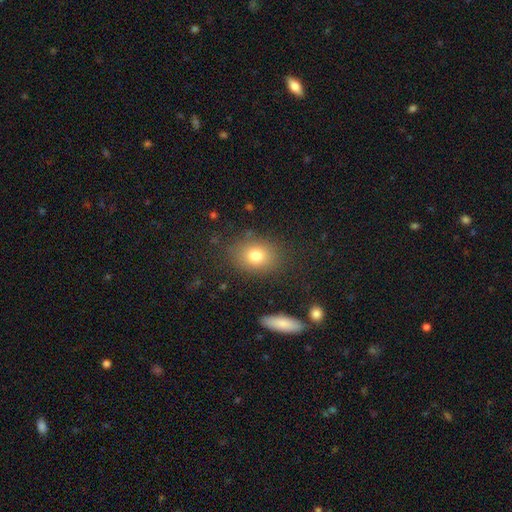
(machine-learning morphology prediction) Q: Smooth or featured?
A: smooth (78%); runner-up: star or artifact (11%)
Q: How rounded?
A: in between (58%); runner-up: round (41%)
Q: Merging?
A: none (81%); runner-up: minor disturbance (12%)